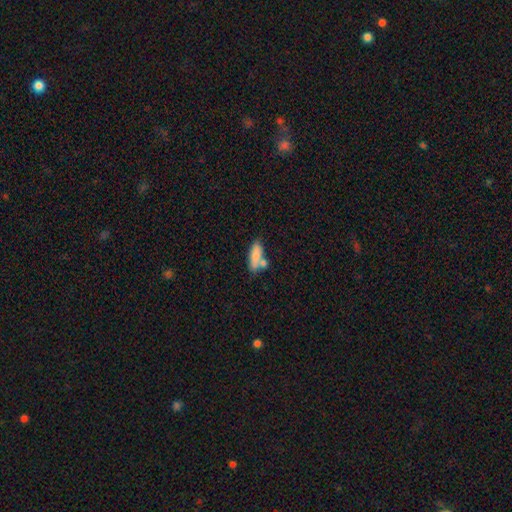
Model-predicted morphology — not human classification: A smooth galaxy with no disk features (79%) that is in between round and cigar-shaped (64%). Merging: none (49%).